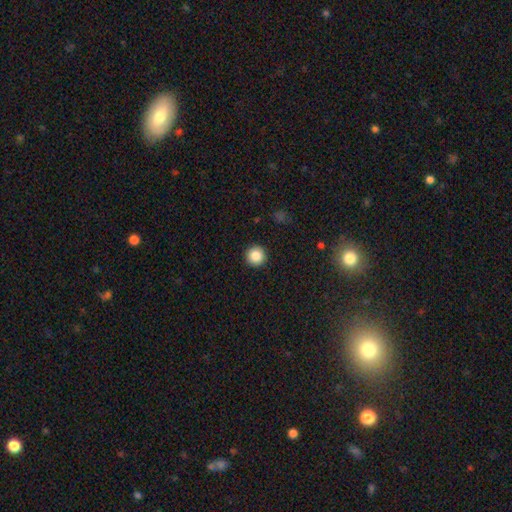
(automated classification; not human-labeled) Smooth or featured: smooth — 86% (star or artifact — 10%)
How rounded: round — 96% (in between — 3%)
Merging: none — 93% (minor disturbance — 5%)